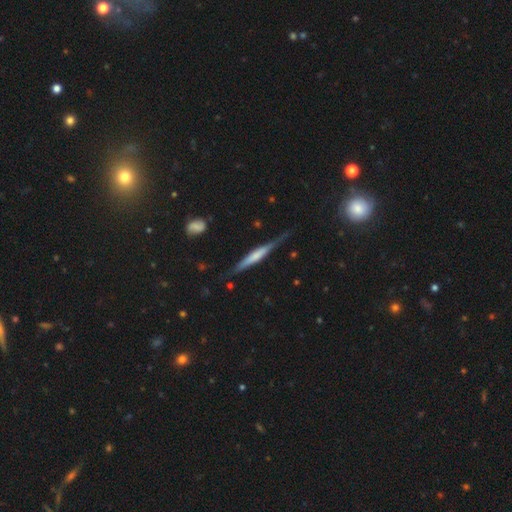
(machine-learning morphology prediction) This appears to be a featured or disk galaxy (56%) viewed edge-on (96%) with a rounded central bulge (35%). Merging: none (70%).